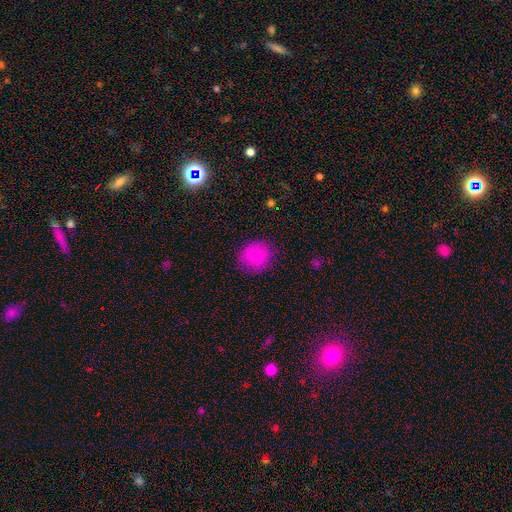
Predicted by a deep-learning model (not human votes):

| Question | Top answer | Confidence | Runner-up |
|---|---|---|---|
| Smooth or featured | smooth | 75% | featured or disk (16%) |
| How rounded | round | 78% | in between (21%) |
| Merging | none | 82% | minor disturbance (14%) |